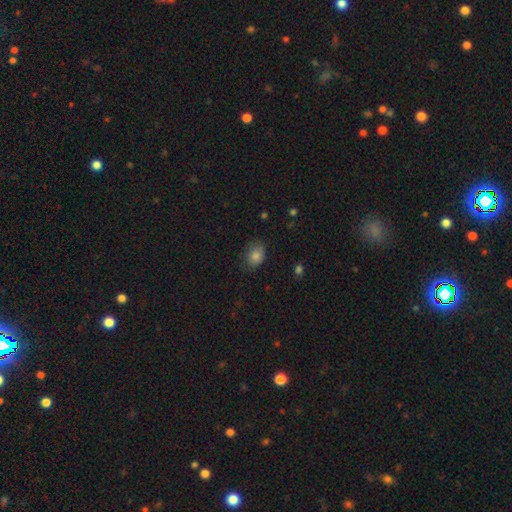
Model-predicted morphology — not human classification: The model was most divided on "how rounded": in between: 68%, round: 31%, cigar-shaped: 1%. More confident: smooth or featured — smooth (84%); merging — none (73%).